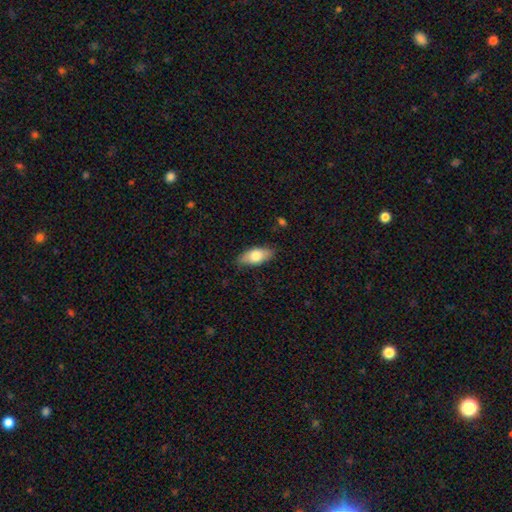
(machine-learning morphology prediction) This appears to be a smooth galaxy with no disk features (75%) that is in between round and cigar-shaped (87%). Merging: none (81%).